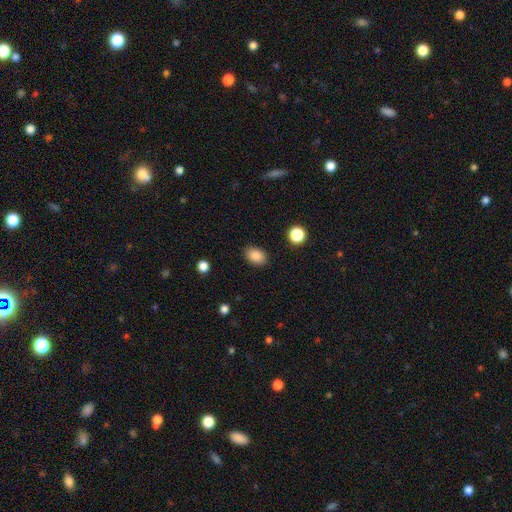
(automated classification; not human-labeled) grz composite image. It shows a smooth galaxy with no disk features (87%) that is in between round and cigar-shaped (75%). Merging: none (87%).